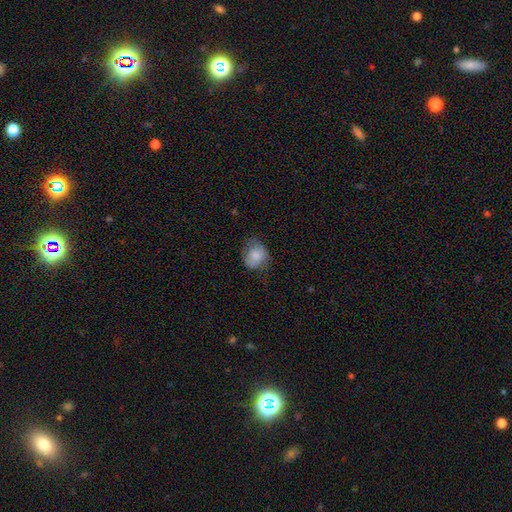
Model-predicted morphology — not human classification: Smooth or featured: smooth — 73% (featured or disk — 19%)
How rounded: round — 55% (in between — 44%)
Merging: none — 55% (minor disturbance — 30%)